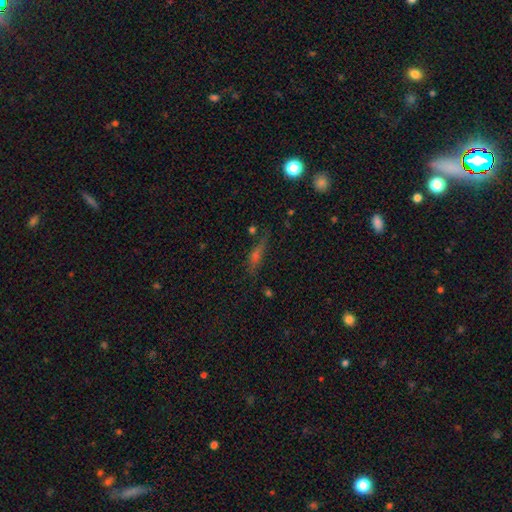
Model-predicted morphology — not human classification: This is marginally a featured or disk galaxy (41%). Merging: likely none (72%).